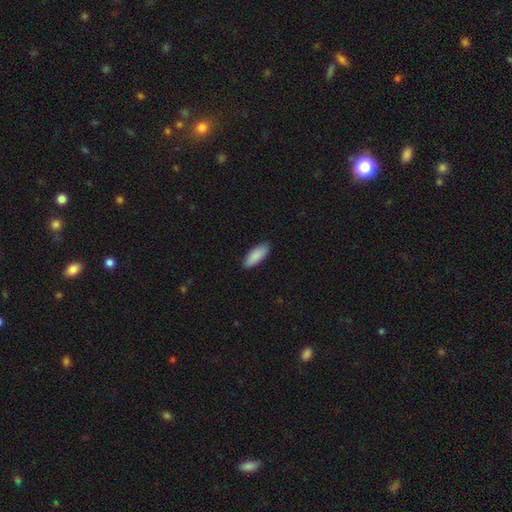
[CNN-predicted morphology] type=smooth (90%); roundness=in between (74%); merging=none (88%).